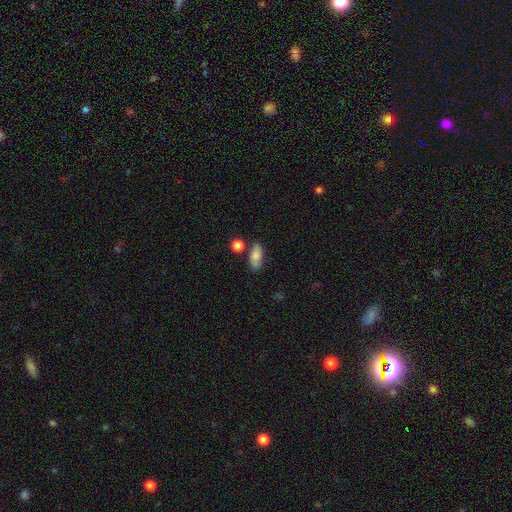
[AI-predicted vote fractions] smooth_or_featured: smooth (p=0.79) [alt: featured or disk p=0.13]
how_rounded: in between (p=0.85) [alt: cigar-shaped p=0.10]
merging: none (p=0.72) [alt: minor disturbance p=0.16]